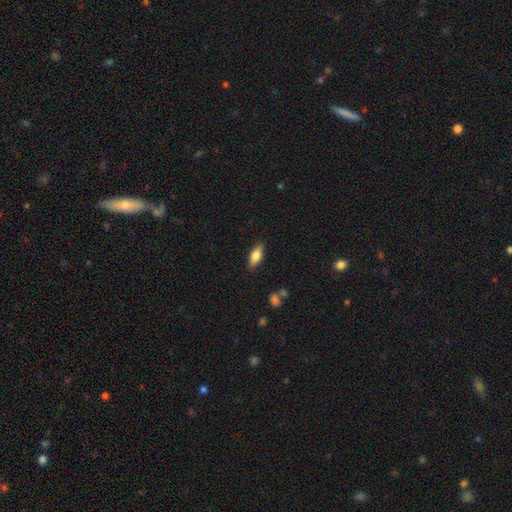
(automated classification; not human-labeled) smooth 69%, featured or disk 24%, star or artifact 7%. Down the decision tree: how rounded — in between (73%); merging — none (87%).